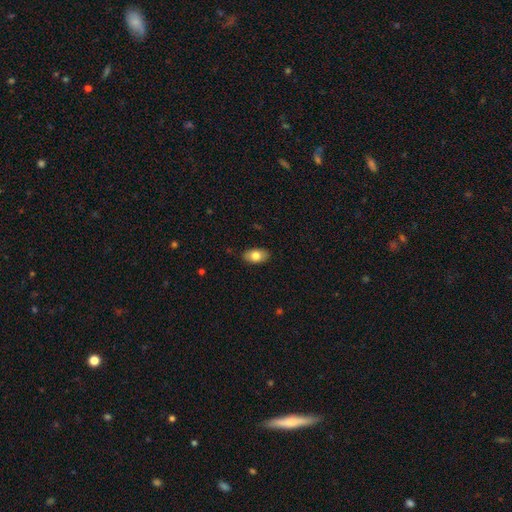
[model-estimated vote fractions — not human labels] A smooth galaxy with no disk features (79%) that is in between round and cigar-shaped (91%).

Vote fractions:
- Smooth or featured? smooth: 79% / featured or disk: 14% / star or artifact: 7%
- How rounded? in between: 91% / round: 7% / cigar-shaped: 2%
- Merging? none: 87% / minor disturbance: 10% / major disturbance: 2% / merger: 1%